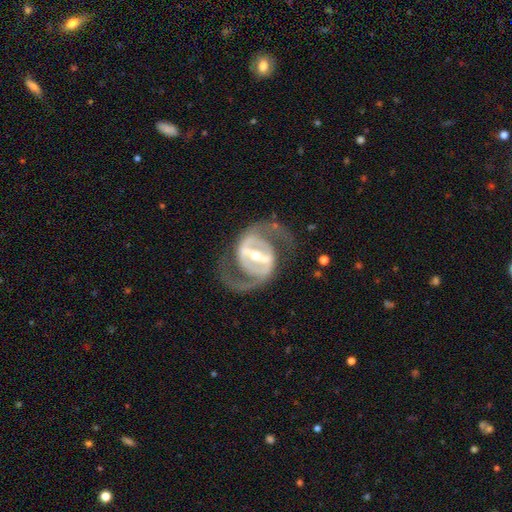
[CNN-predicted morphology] Q: Smooth or featured?
A: featured or disk (91%); runner-up: smooth (5%)
Q: Edge-on disk?
A: no (95%); runner-up: yes (5%)
Q: Bar?
A: strong (77%); runner-up: weak (17%)
Q: Spiral arms?
A: yes (90%); runner-up: no (10%)
Q: Spiral winding?
A: medium (55%); runner-up: tight (24%)
Q: Spiral arm count?
A: 2 (91%); runner-up: can't tell (4%)
Q: Bulge size?
A: small (51%); runner-up: moderate (42%)
Q: Merging?
A: none (72%); runner-up: major disturbance (14%)